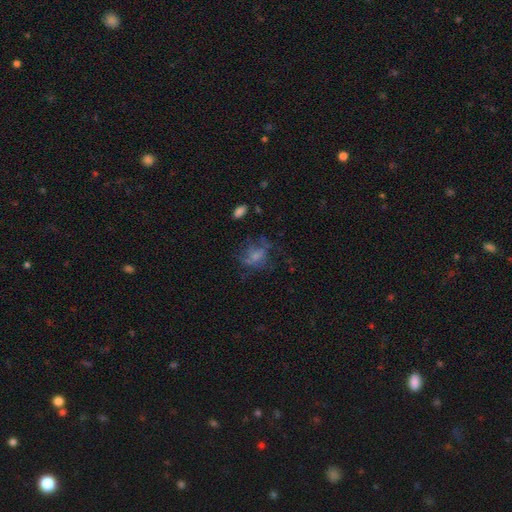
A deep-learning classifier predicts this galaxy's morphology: A smooth galaxy with no disk features (44%).

Vote fractions:
- Smooth or featured? smooth: 44% / featured or disk: 40% / star or artifact: 16%
- Merging? none: 45% / major disturbance: 30% / minor disturbance: 21% / merger: 4%